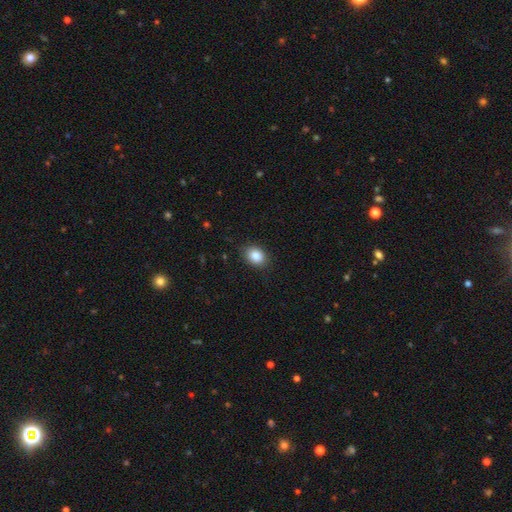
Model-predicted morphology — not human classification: Smooth or featured? Predicted: smooth (p=0.85). How rounded? Predicted: in between (p=0.67). Merging? Predicted: none (p=0.85).